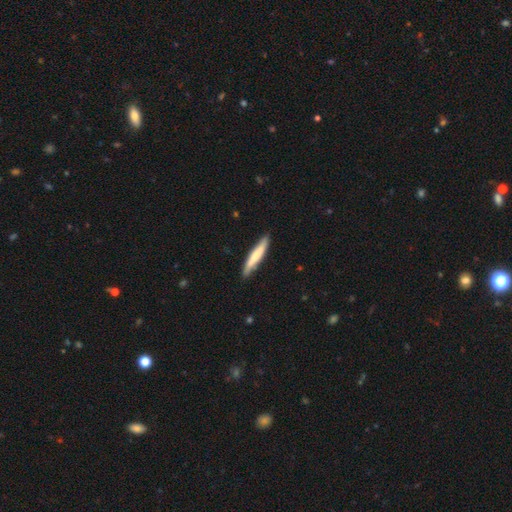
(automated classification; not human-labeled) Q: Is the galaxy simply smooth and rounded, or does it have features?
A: smooth — 67%.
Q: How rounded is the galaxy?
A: cigar-shaped — 91%.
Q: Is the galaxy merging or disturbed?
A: none — 85%.